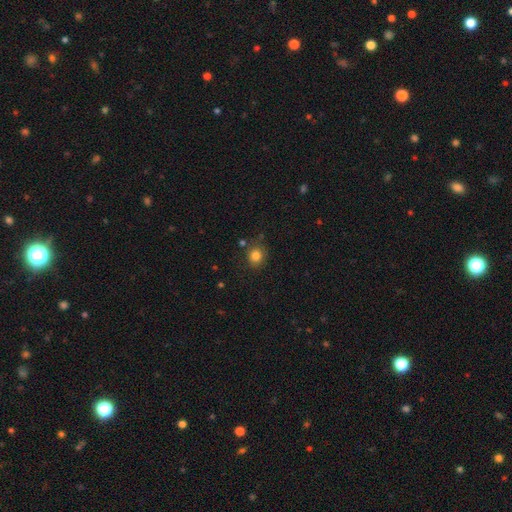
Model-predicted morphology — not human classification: type=smooth (82%); roundness=round (81%); merging=none (80%).